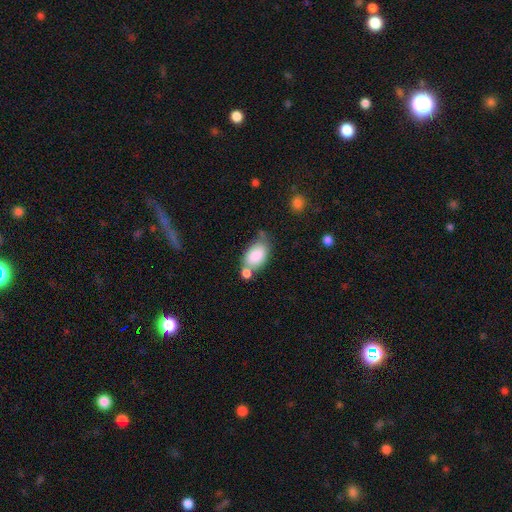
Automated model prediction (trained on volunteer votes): This is clearly a smooth galaxy (84%). How rounded: clearly in between (91%). Merging: marginally none (42%).